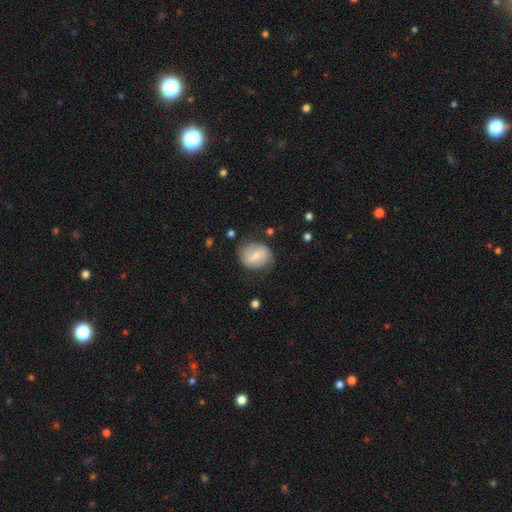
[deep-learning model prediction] The model was most divided on "smooth or featured": smooth: 52%, featured or disk: 41%, star or artifact: 7%. More confident: merging — none (70%); how rounded — round (61%).